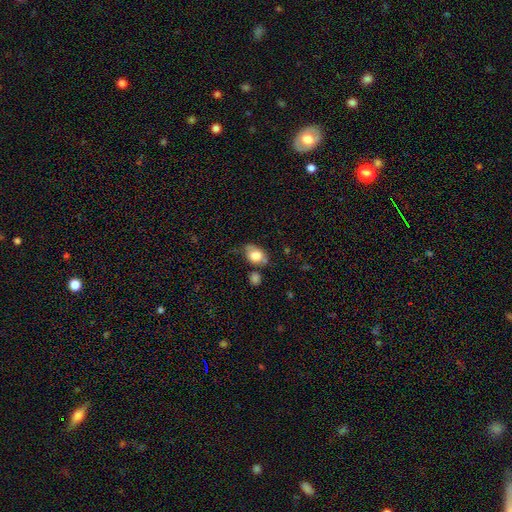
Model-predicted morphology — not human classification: A smooth galaxy with no disk features (75%) that is in between round and cigar-shaped (68%). Merging: none (51%).